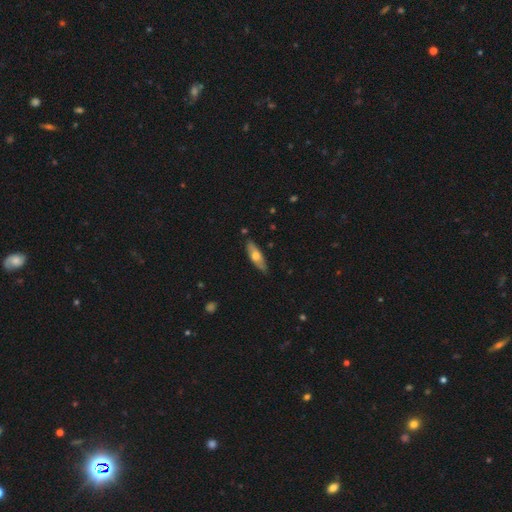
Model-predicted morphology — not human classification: A smooth galaxy with no disk features (55%) that is in between round and cigar-shaped (53%).

Vote fractions:
- Smooth or featured? smooth: 55% / featured or disk: 40% / star or artifact: 6%
- How rounded? in between: 53% / cigar-shaped: 44% / round: 2%
- Merging? none: 83% / minor disturbance: 14% / major disturbance: 2% / merger: 2%